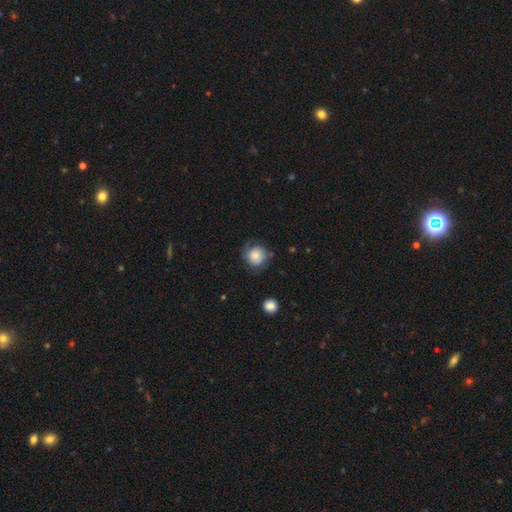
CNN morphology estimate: A smooth galaxy with no disk features (71%) that is round (87%). Merging: none (62%).